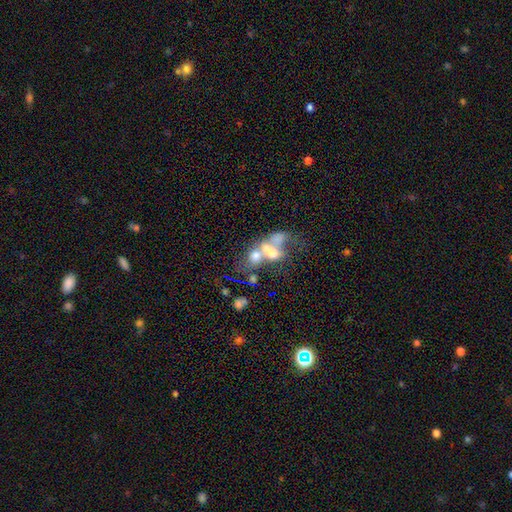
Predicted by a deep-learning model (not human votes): Smooth or featured? Predicted: smooth (p=0.50). Merging? Predicted: merger (p=0.69).